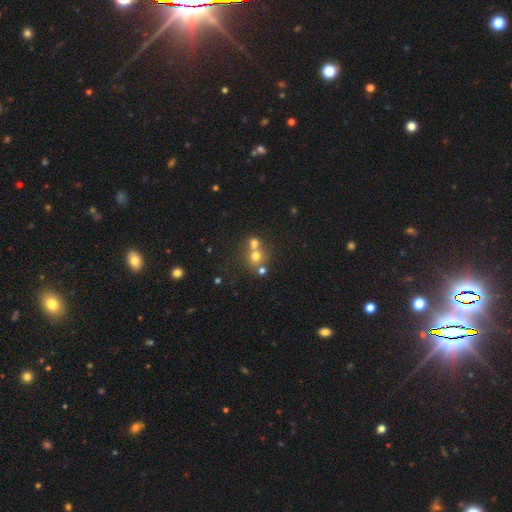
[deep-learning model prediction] Q: Smooth or featured?
A: smooth (66%); runner-up: star or artifact (17%)
Q: How rounded?
A: round (83%); runner-up: in between (16%)
Q: Merging?
A: merger (47%); runner-up: none (42%)